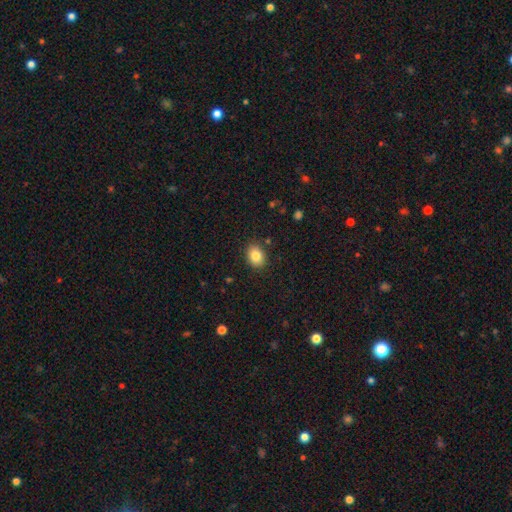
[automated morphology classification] smooth_or_featured: smooth (p=0.84) [alt: star or artifact p=0.09]
how_rounded: in between (p=0.61) [alt: round p=0.38]
merging: none (p=0.88) [alt: minor disturbance p=0.09]